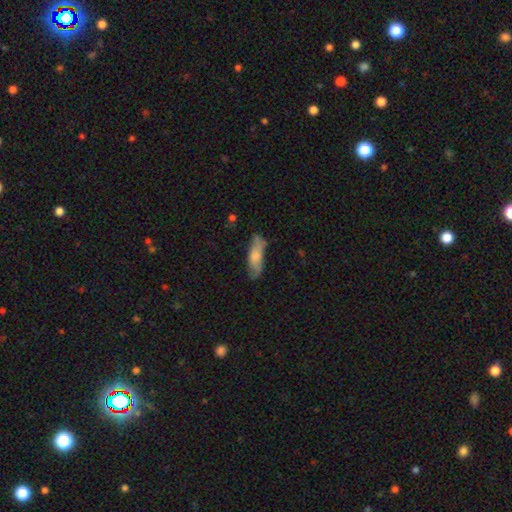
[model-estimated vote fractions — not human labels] Q: Smooth or featured?
A: smooth (68%); runner-up: featured or disk (26%)
Q: How rounded?
A: in between (53%); runner-up: cigar-shaped (45%)
Q: Merging?
A: none (60%); runner-up: minor disturbance (28%)